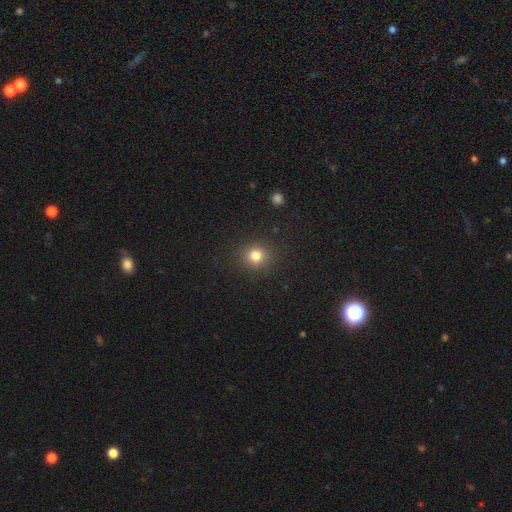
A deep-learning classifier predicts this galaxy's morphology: The model was most divided on "smooth or featured": smooth: 80%, star or artifact: 14%, featured or disk: 6%. More confident: merging — none (89%); how rounded — round (88%).